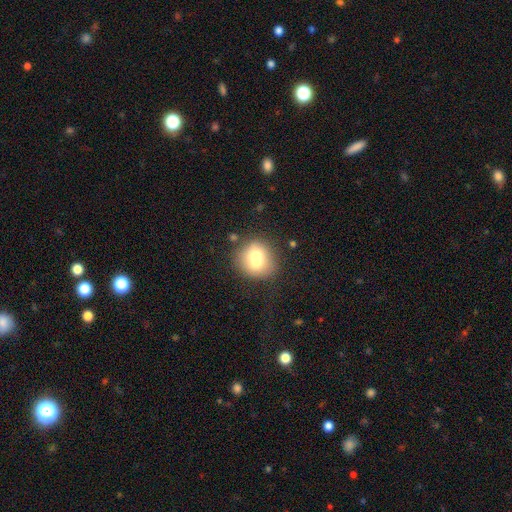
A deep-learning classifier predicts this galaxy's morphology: type=smooth (66%); roundness=round (80%); merging=merger (46%).